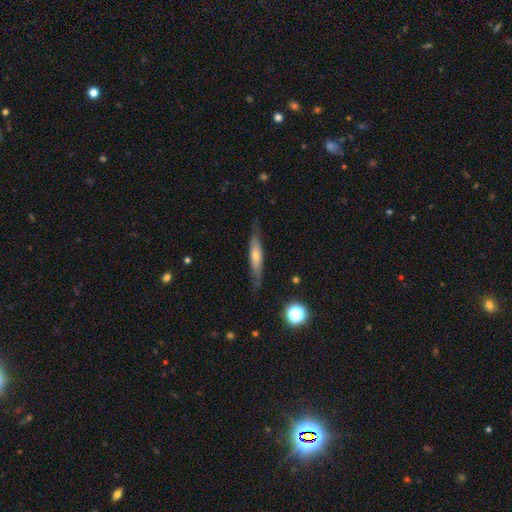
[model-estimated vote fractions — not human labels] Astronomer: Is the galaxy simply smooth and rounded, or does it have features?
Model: featured or disk — 55% (runner-up: smooth, 38%).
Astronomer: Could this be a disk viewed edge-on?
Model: yes — 79%.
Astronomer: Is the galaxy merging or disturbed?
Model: none — 79%.